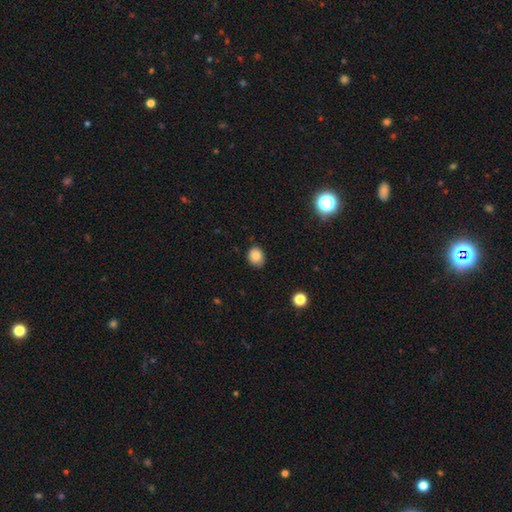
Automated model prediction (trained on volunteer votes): Morphology: type=smooth (84%); roundness=round (54%); merging=none (80%).